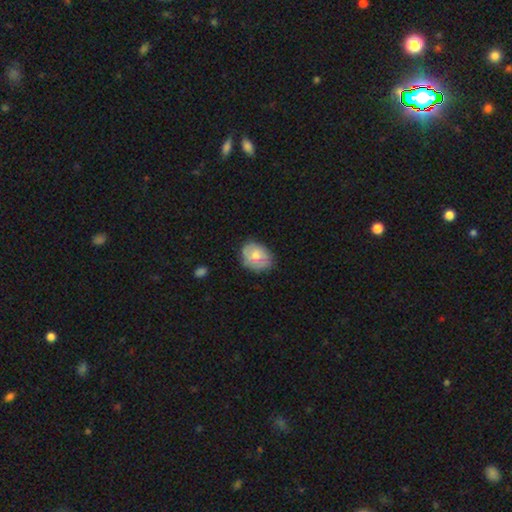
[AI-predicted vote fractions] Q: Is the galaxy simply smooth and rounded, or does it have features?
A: smooth — 56%.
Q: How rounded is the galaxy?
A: in between — 55%.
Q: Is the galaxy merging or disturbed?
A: none — 71%.